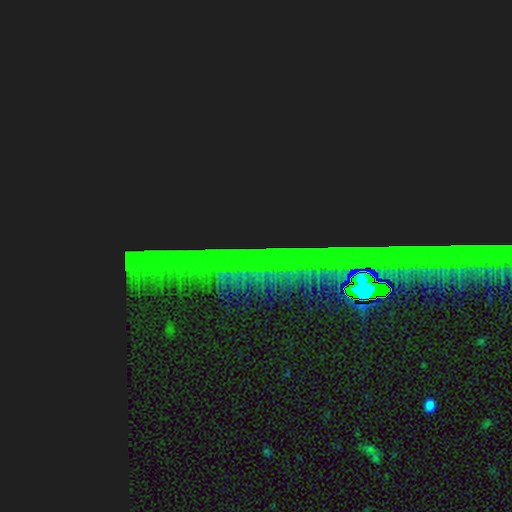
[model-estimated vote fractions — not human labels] Morphology: type=star or artifact (85%).